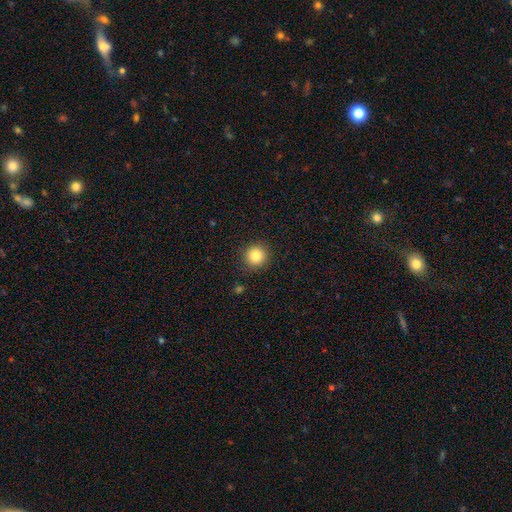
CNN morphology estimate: Smooth or featured: smooth — 83% (star or artifact — 11%)
How rounded: round — 94% (in between — 5%)
Merging: none — 90% (minor disturbance — 7%)